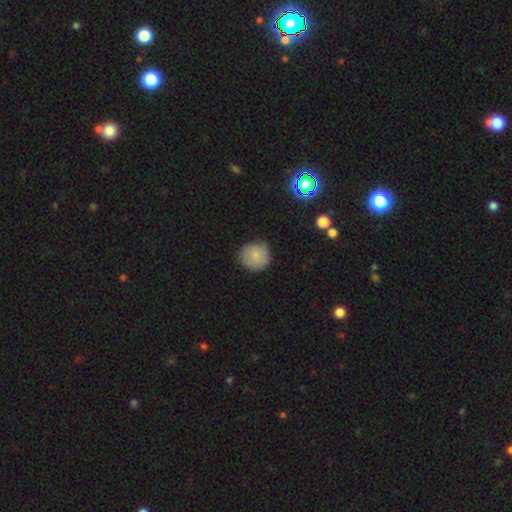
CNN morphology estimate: Smooth or featured: smooth — 78% (featured or disk — 14%)
How rounded: round — 89% (in between — 10%)
Merging: none — 77% (minor disturbance — 18%)